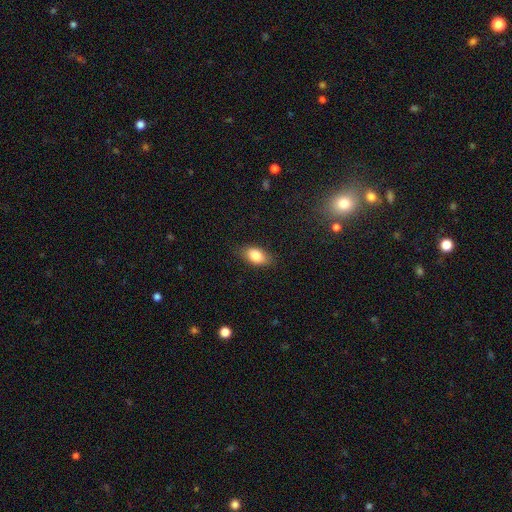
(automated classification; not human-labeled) smooth-or-featured: smooth: 84% | featured or disk: 9% | star or artifact: 8%
  how-rounded: in between: 90% | round: 6% | cigar-shaped: 3%
  merging: none: 83% | minor disturbance: 13% | major disturbance: 3% | merger: 1%